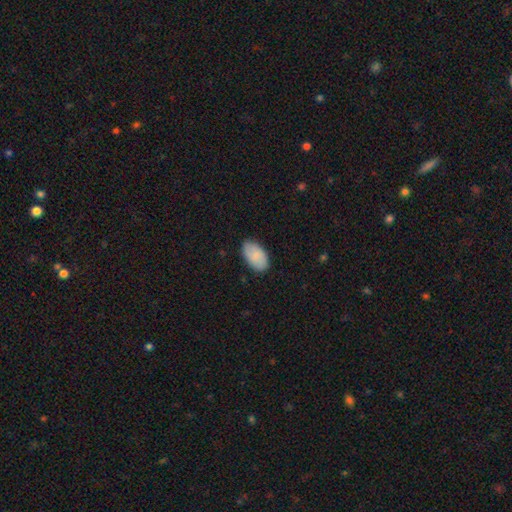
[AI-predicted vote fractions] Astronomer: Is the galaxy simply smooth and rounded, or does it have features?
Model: smooth — 81%.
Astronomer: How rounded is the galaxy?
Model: in between — 94%.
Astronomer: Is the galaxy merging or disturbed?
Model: none — 81%.